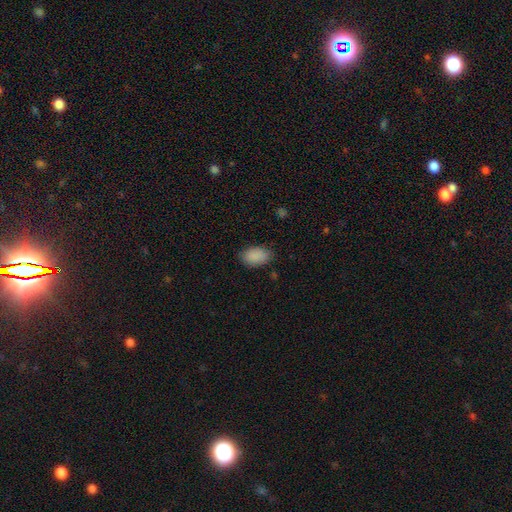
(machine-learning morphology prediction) type=smooth (89%); roundness=in between (91%); merging=none (80%).